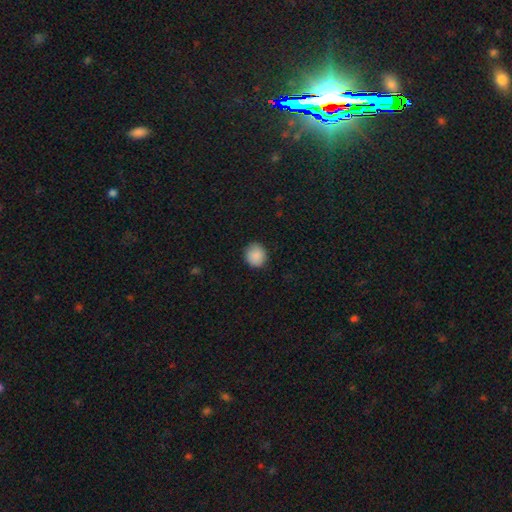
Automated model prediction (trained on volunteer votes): This appears to be a smooth galaxy with no disk features (89%) that is round (83%). Merging: none (88%).